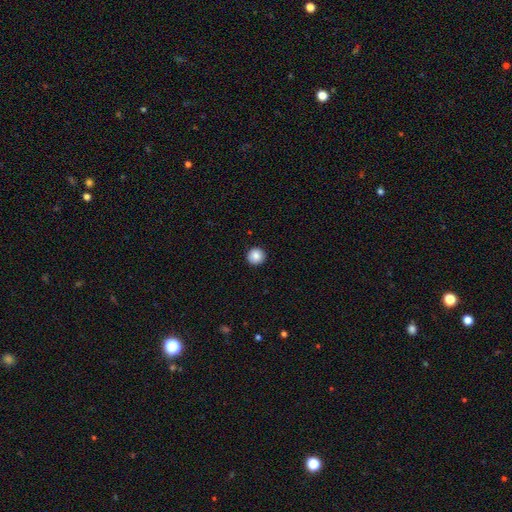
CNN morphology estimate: Smooth or featured?
  - smooth: 86% *
  - star or artifact: 8%
  - featured or disk: 6%
How rounded?
  - round: 96% *
  - in between: 3%
  - cigar-shaped: 1%
Merging?
  - none: 93% *
  - minor disturbance: 5%
  - major disturbance: 1%
  - merger: 1%